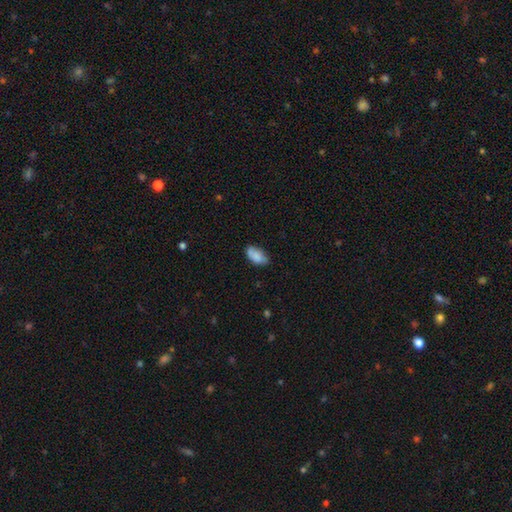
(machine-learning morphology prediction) Smooth or featured: smooth — 78% (featured or disk — 14%)
How rounded: in between — 92% (round — 4%)
Merging: none — 59% (minor disturbance — 29%)